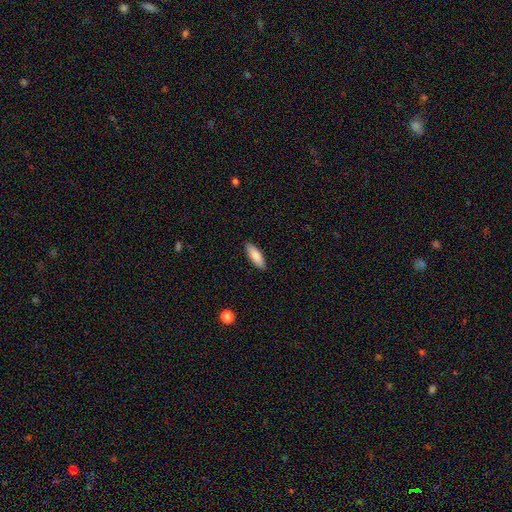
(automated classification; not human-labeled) smooth_or_featured: smooth (p=0.83) [alt: featured or disk p=0.11]
how_rounded: in between (p=0.55) [alt: cigar-shaped p=0.44]
merging: none (p=0.89) [alt: minor disturbance p=0.09]